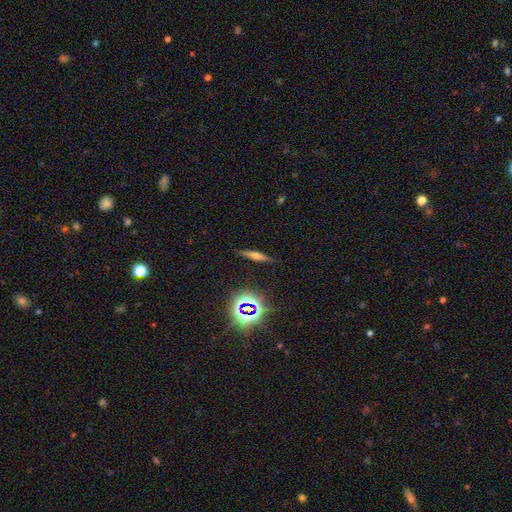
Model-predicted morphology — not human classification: The model was most divided on "smooth or featured": featured or disk: 41%, smooth: 40%, star or artifact: 19%. More confident: merging — none (84%).